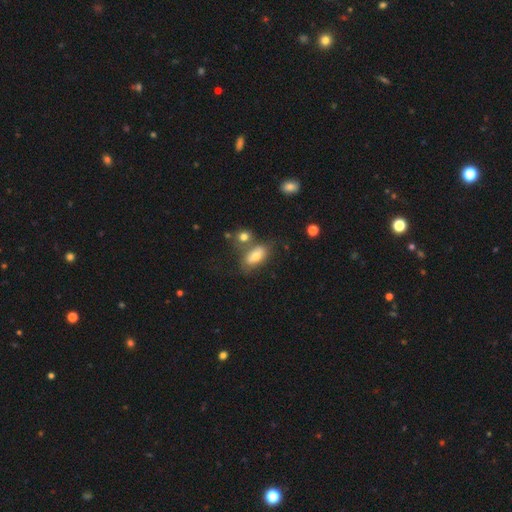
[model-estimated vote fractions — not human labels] Overall: smooth (68%). How rounded: in between (84%). Merging: none (52%; merger 23%).